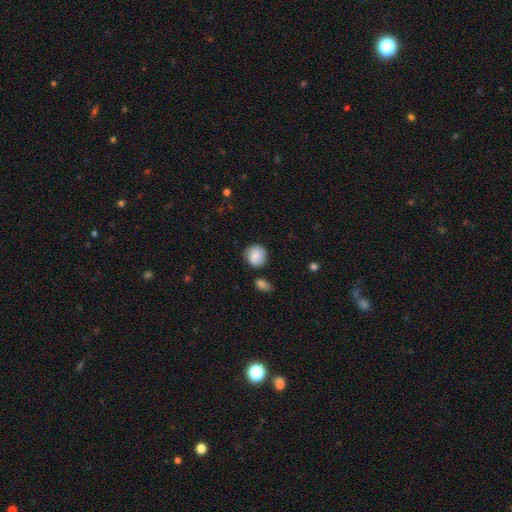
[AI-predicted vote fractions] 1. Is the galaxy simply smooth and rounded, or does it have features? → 79% smooth, 13% featured or disk, 8% star or artifact.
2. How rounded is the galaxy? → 82% round, 17% in between, 1% cigar-shaped.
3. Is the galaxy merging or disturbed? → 72% none, 19% minor disturbance, 5% major disturbance, 5% merger.